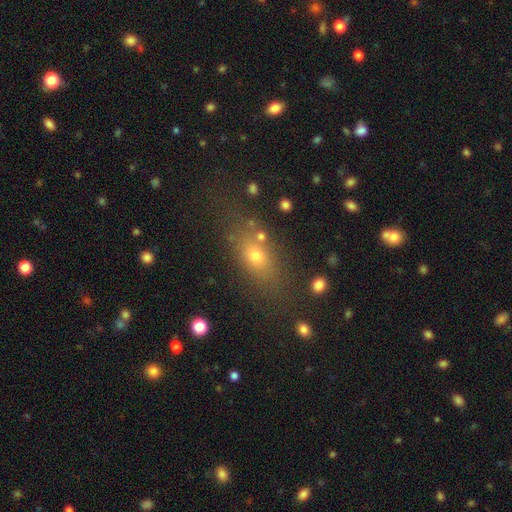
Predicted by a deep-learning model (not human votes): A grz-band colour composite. It shows a smooth galaxy with no disk features (67%) that is in between round and cigar-shaped (64%). Merging: none (70%).